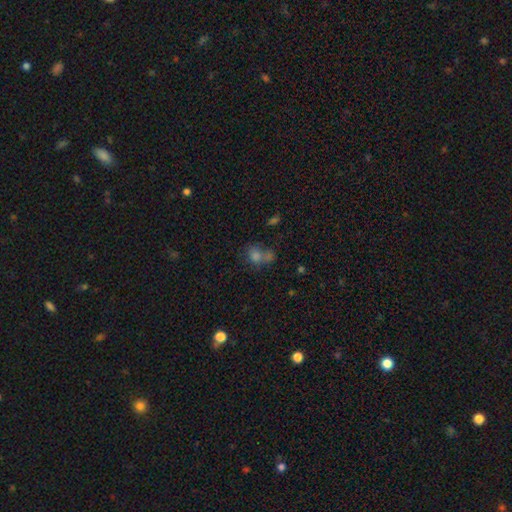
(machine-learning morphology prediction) Overall: smooth (68%). How rounded: round (58%; in between 41%). Merging: merger (44%; none 36%).